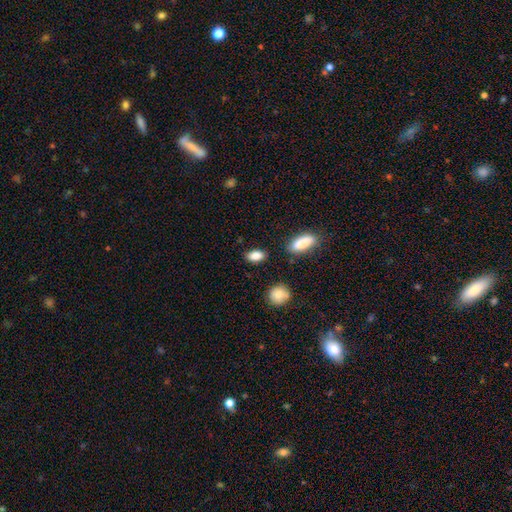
Morphology: type=smooth (87%); roundness=in between (91%); merging=none (89%).